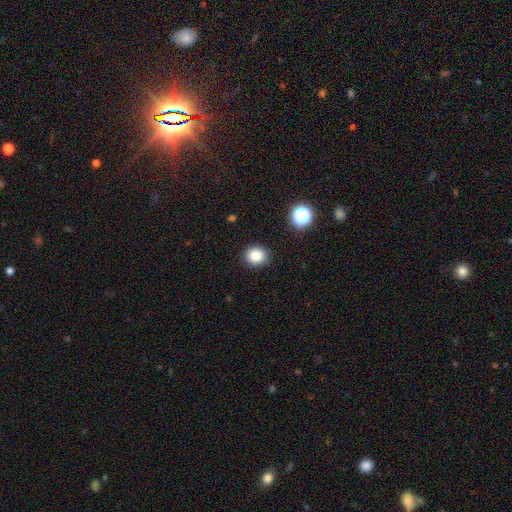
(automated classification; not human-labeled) Overall: smooth (84%). How rounded: round (72%). Merging: none (89%).